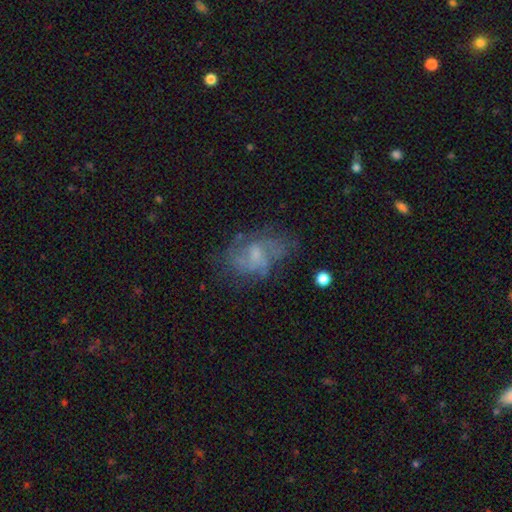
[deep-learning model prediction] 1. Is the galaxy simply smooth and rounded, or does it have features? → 59% featured or disk, 29% smooth, 11% star or artifact.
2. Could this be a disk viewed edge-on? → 96% no, 4% yes.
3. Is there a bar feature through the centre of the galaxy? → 60% no, 35% weak, 5% strong.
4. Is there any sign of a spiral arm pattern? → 63% yes, 37% no.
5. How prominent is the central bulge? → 49% small, 24% moderate, 23% none, 2% large, 1% dominant.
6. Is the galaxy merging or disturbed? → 52% none, 24% minor disturbance, 21% major disturbance, 3% merger.